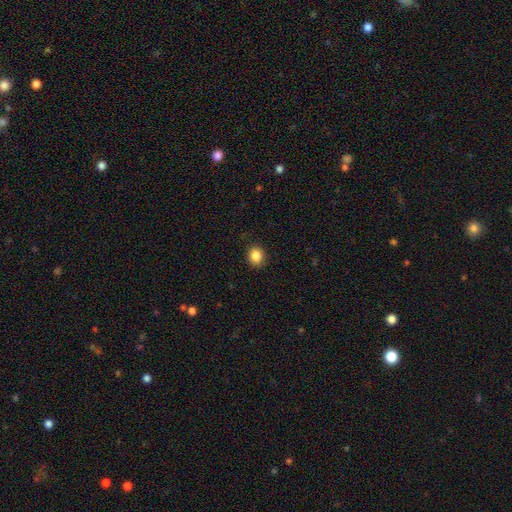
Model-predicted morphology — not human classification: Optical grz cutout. It shows a smooth galaxy with no disk features (86%) that is round (73%). Merging: none (90%).